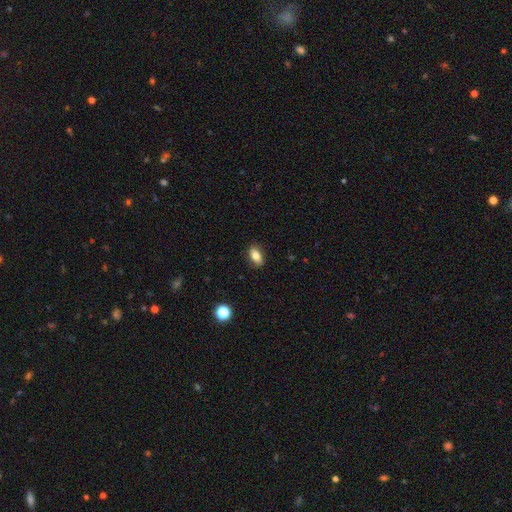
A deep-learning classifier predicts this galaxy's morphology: Smooth or featured?
  - smooth: 80% *
  - featured or disk: 11%
  - star or artifact: 9%
How rounded?
  - in between: 86% *
  - round: 8%
  - cigar-shaped: 6%
Merging?
  - none: 87% *
  - minor disturbance: 10%
  - major disturbance: 2%
  - merger: 1%